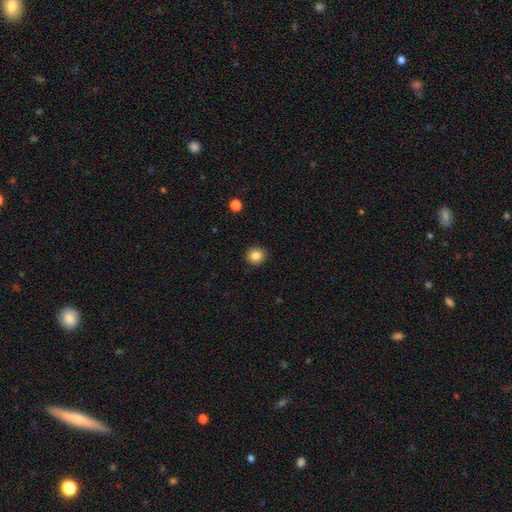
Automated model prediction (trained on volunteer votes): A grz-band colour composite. It shows a smooth galaxy with no disk features (85%) that is round (87%). Merging: none (91%).